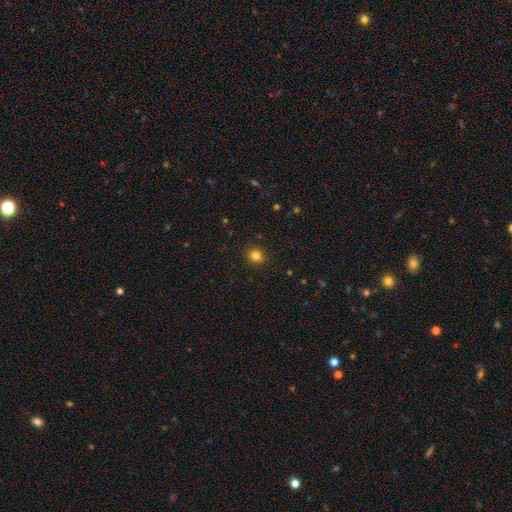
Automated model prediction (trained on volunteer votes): A smooth galaxy with no disk features (82%) that is round (85%). Merging: none (91%).